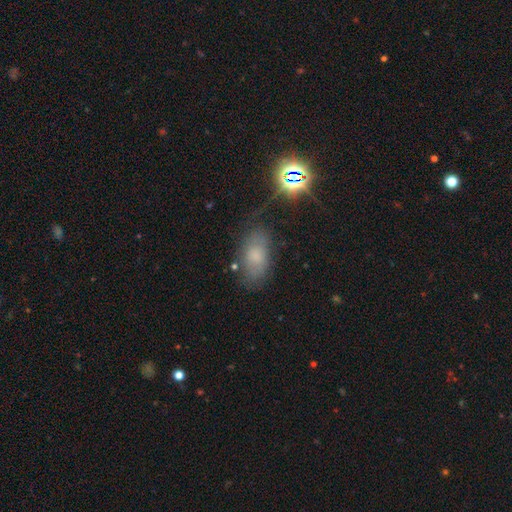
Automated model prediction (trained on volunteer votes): The model was most divided on "merging": none: 65%, minor disturbance: 22%, major disturbance: 9%, merger: 4%. More confident: how rounded — in between (90%); smooth or featured — smooth (62%).